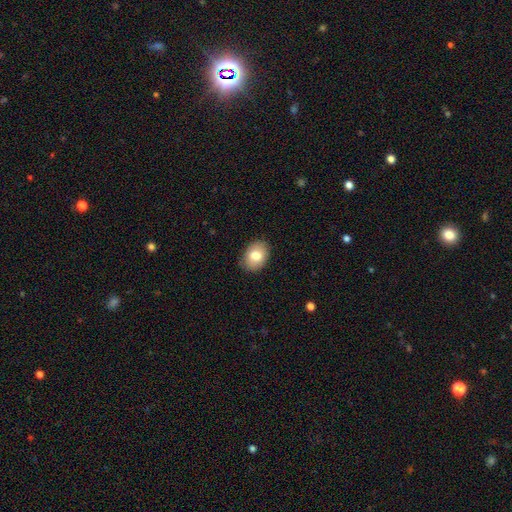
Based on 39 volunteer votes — Overall: smooth (74%). How rounded: in between (83%). Merging: none (78%).